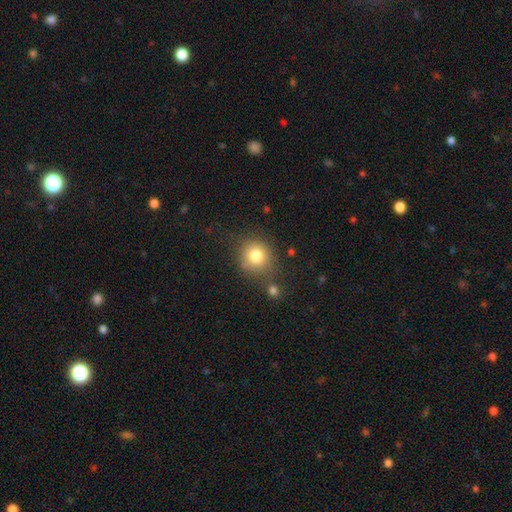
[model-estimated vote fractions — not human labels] A smooth galaxy with no disk features (79%) that is round (87%).

Vote fractions:
- Smooth or featured? smooth: 79% / star or artifact: 12% / featured or disk: 10%
- How rounded? round: 87% / in between: 12% / cigar-shaped: 1%
- Merging? none: 73% / minor disturbance: 13% / merger: 9% / major disturbance: 5%